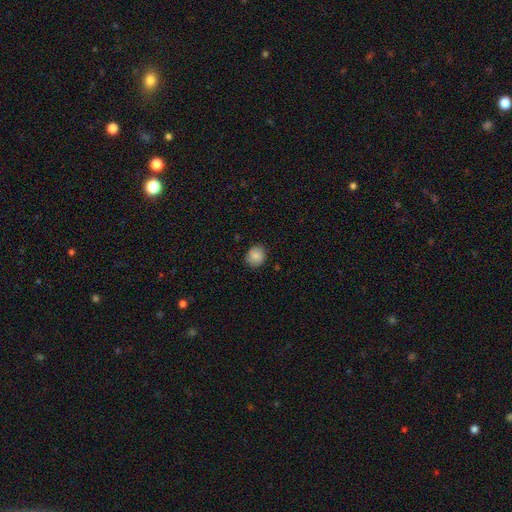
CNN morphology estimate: Smooth or featured: smooth — 86% (star or artifact — 9%)
How rounded: round — 82% (in between — 17%)
Merging: none — 85% (minor disturbance — 11%)